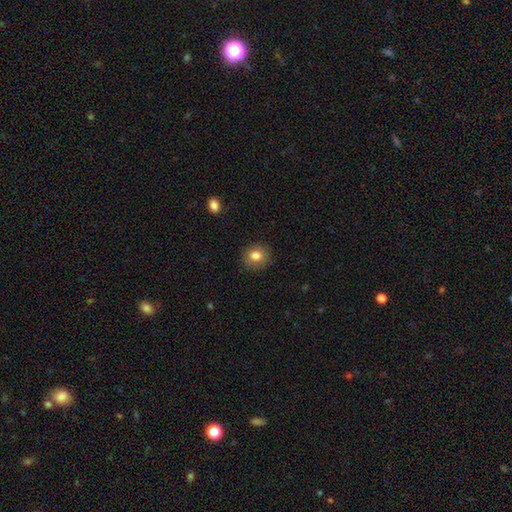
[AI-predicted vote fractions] smooth_or_featured: smooth (p=0.82) [alt: star or artifact p=0.10]
how_rounded: round (p=0.79) [alt: in between p=0.21]
merging: none (p=0.87) [alt: minor disturbance p=0.10]